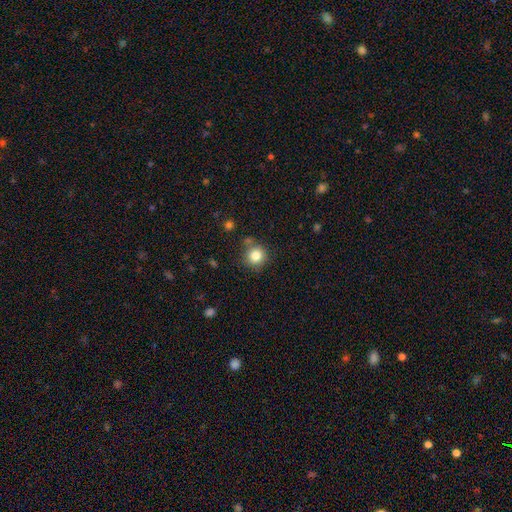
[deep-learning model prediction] Morphology: type=smooth (82%); roundness=round (92%); merging=none (78%).